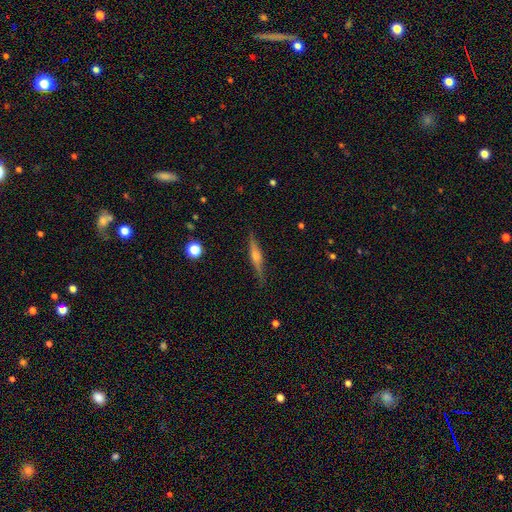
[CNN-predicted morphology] A featured or disk galaxy (68%) viewed edge-on (97%) with a rounded central bulge (77%).

Vote fractions:
- Smooth or featured? featured or disk: 68% / smooth: 24% / star or artifact: 8%
- Edge-on disk? yes: 97% / no: 3%
- Edge-on bulge? rounded: 77% / boxy: 16% / none: 8%
- Merging? none: 88% / minor disturbance: 9% / major disturbance: 2% / merger: 1%